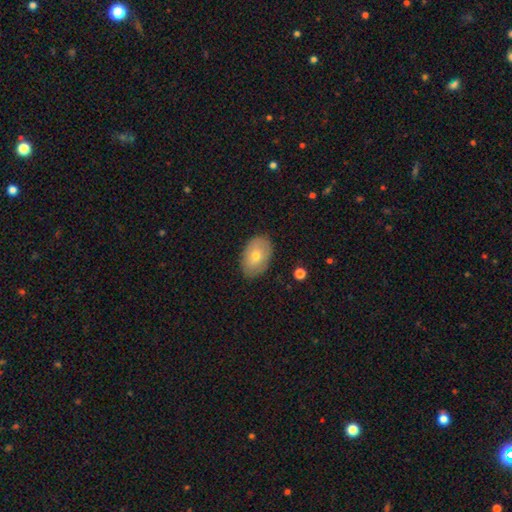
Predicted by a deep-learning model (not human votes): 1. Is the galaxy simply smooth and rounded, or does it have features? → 67% smooth, 25% featured or disk, 7% star or artifact.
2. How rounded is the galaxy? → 87% in between, 12% round, 1% cigar-shaped.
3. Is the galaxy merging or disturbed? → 84% none, 12% minor disturbance, 3% major disturbance, 1% merger.